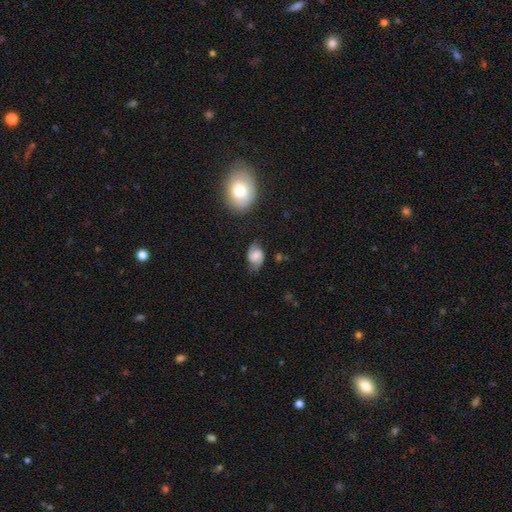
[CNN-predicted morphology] A smooth galaxy with no disk features (46%). Merging: none (63%).